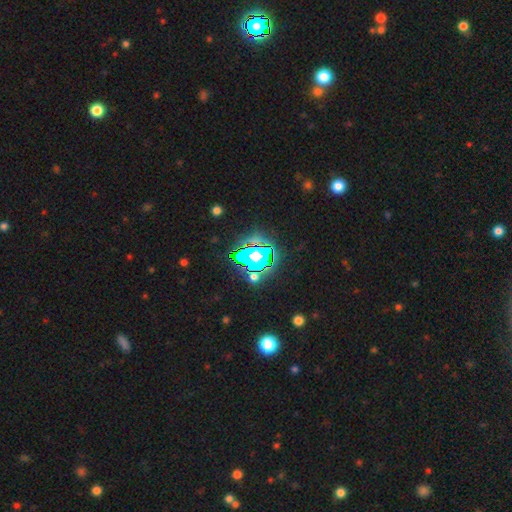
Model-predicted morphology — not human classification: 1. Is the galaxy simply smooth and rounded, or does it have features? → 79% star or artifact, 13% smooth, 9% featured or disk.